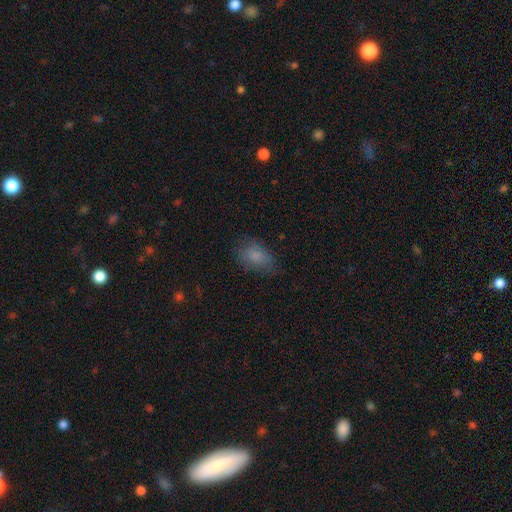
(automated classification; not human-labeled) smooth-or-featured: smooth: 77% | featured or disk: 14% | star or artifact: 10%
  how-rounded: in between: 87% | round: 10% | cigar-shaped: 2%
  merging: none: 64% | minor disturbance: 25% | major disturbance: 10% | merger: 1%